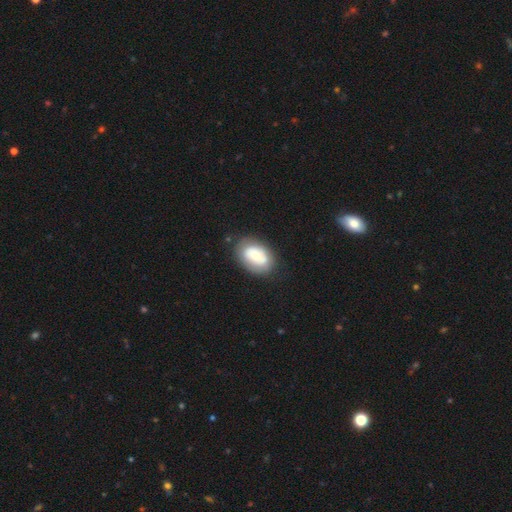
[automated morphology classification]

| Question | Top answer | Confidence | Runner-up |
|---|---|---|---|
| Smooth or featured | smooth | 53% | featured or disk (41%) |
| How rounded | in between | 80% | round (19%) |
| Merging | none | 75% | minor disturbance (17%) |